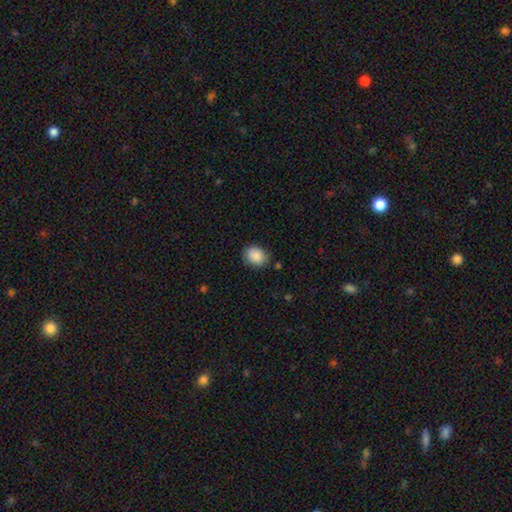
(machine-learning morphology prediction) The model was most divided on "how rounded": round: 52%, in between: 47%, cigar-shaped: 1%. More confident: smooth or featured — smooth (89%); merging — none (81%).